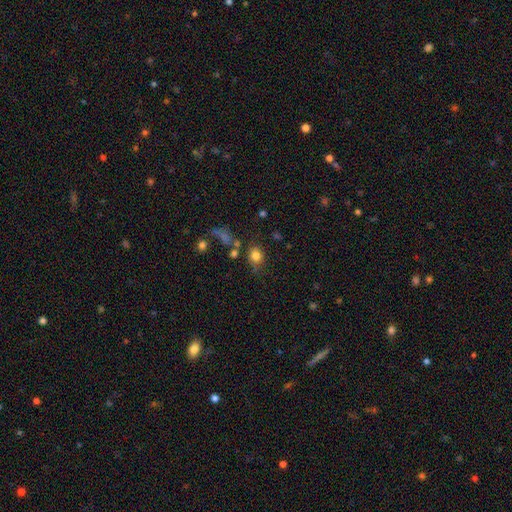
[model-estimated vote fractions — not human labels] smooth_or_featured: smooth (p=0.80) [alt: star or artifact p=0.12]
how_rounded: round (p=0.61) [alt: in between p=0.38]
merging: none (p=0.71) [alt: minor disturbance p=0.15]